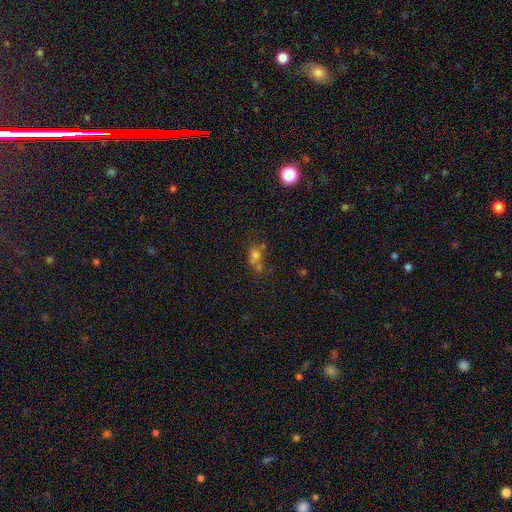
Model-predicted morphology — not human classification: A smooth galaxy with no disk features (59%) that is round (61%).

Vote fractions:
- Smooth or featured? smooth: 59% / star or artifact: 25% / featured or disk: 17%
- How rounded? round: 61% / in between: 36% / cigar-shaped: 3%
- Merging? none: 38% (tied) / merger: 38% (tied) / minor disturbance: 14% / major disturbance: 10%